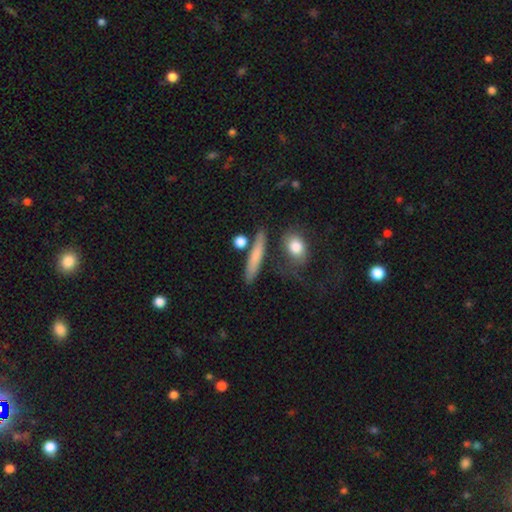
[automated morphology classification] Q: Smooth or featured?
A: smooth (72%); runner-up: featured or disk (20%)
Q: How rounded?
A: cigar-shaped (80%); runner-up: in between (12%)
Q: Merging?
A: none (76%); runner-up: minor disturbance (12%)